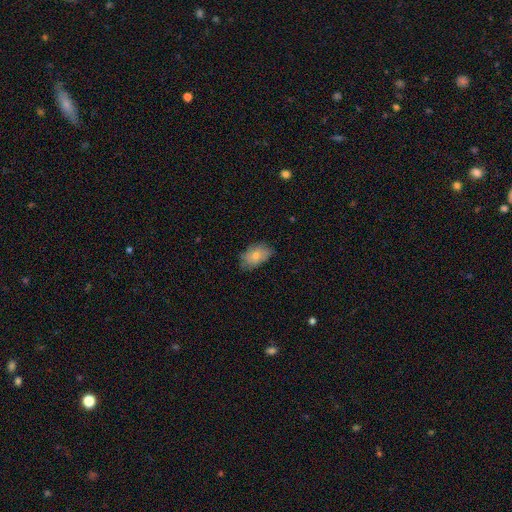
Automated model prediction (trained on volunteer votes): Morphology: type=smooth (70%); roundness=in between (89%); merging=none (69%).